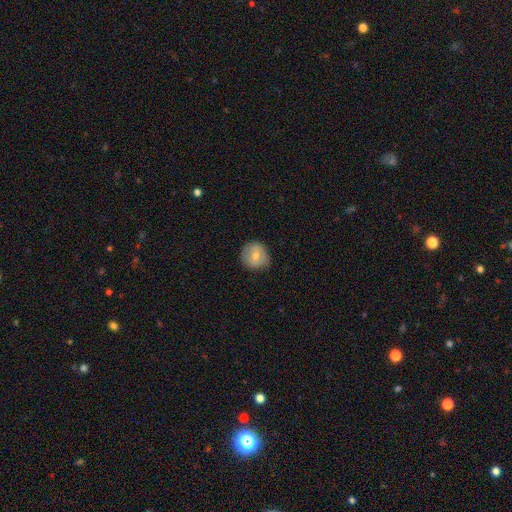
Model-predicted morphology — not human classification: smooth-or-featured: smooth: 67% | featured or disk: 26% | star or artifact: 8%
  how-rounded: round: 90% | in between: 9% | cigar-shaped: 1%
  merging: none: 80% | minor disturbance: 16% | major disturbance: 3% | merger: 1%